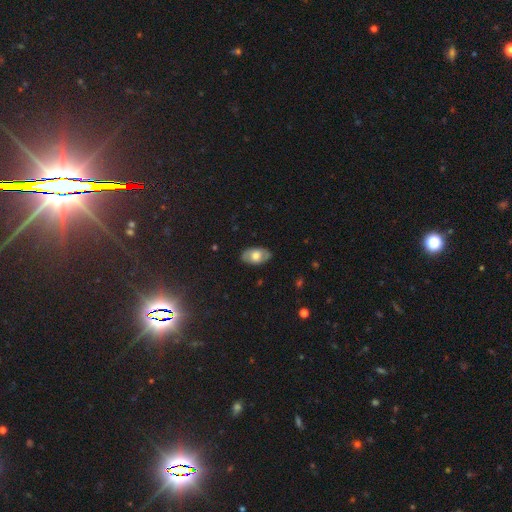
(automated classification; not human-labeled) A smooth galaxy with no disk features (60%) that is in between round and cigar-shaped (92%). Merging: none (83%).